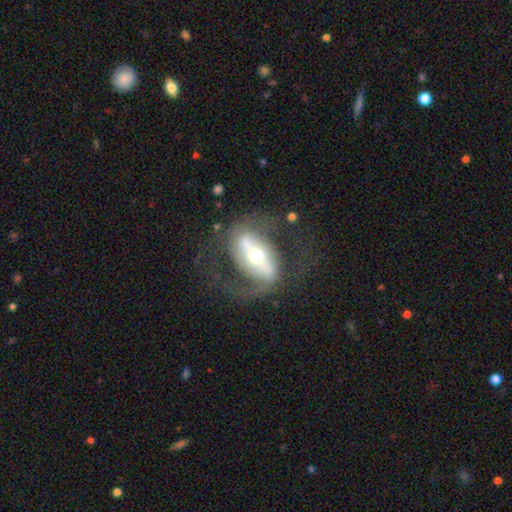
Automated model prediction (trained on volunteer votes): Overall: featured or disk (82%). Edge-on disk: no (93%). Bar: strong (61%; weak 23%). Spiral arms: yes (80%). Spiral arm count: 2 (81%). Spiral winding: medium (44%; loose 42%). Bulge size: moderate (65%). Merging: none (58%; major disturbance 23%).